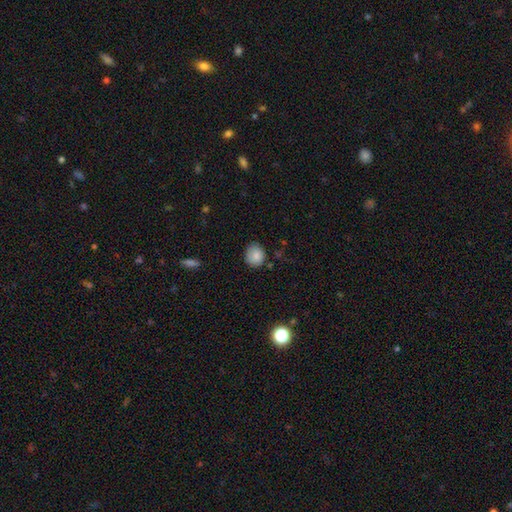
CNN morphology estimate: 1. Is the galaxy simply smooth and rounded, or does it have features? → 85% smooth, 9% star or artifact, 6% featured or disk.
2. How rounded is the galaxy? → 68% round, 31% in between, 1% cigar-shaped.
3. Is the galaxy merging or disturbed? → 72% none, 22% minor disturbance, 4% major disturbance, 2% merger.